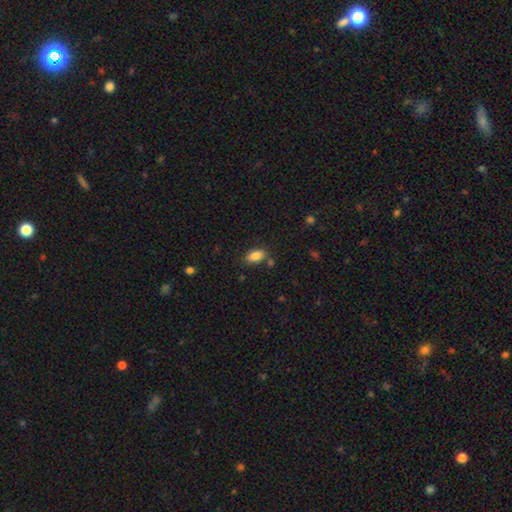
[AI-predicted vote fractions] Overall: smooth (86%). How rounded: in between (91%). Merging: none (76%).